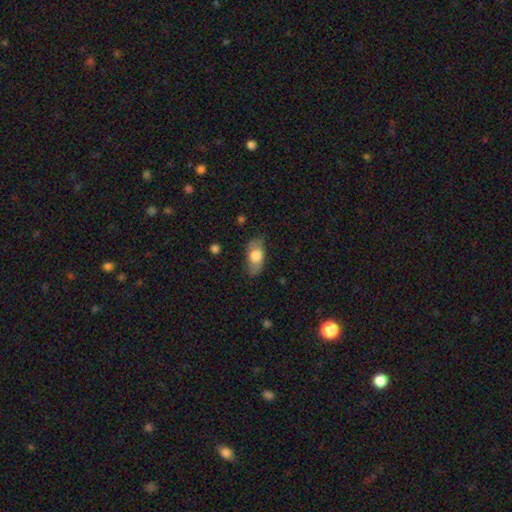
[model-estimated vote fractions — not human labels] smooth_or_featured: smooth (p=0.68) [alt: featured or disk p=0.26]
how_rounded: in between (p=0.87) [alt: round p=0.06]
merging: none (p=0.79) [alt: minor disturbance p=0.16]